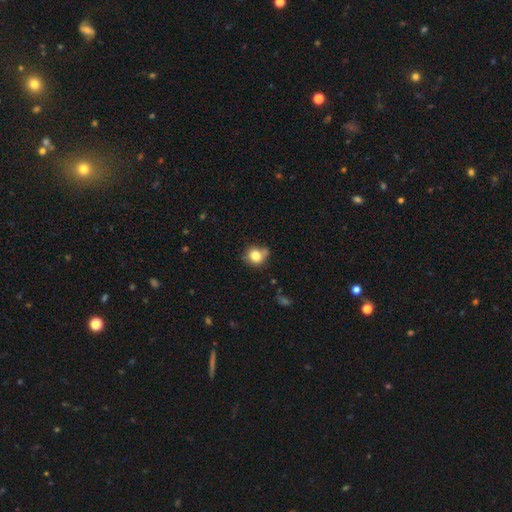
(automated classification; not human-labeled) Smooth or featured? smooth (81%)
How rounded? round (78%)
Merging? none (61%)